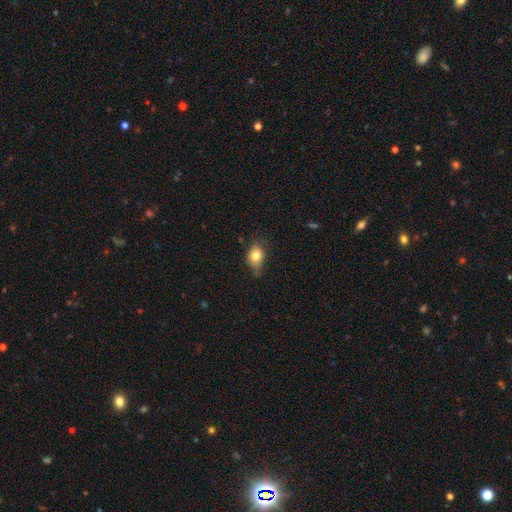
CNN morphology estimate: The model was most divided on "merging": none: 57%, minor disturbance: 33%, major disturbance: 8%, merger: 2%. More confident: smooth or featured — smooth (78%); how rounded — in between (69%).